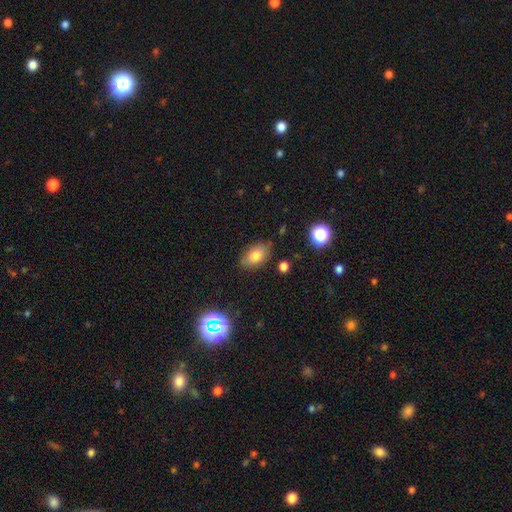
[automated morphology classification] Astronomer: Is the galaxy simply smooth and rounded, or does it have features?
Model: smooth — 78%.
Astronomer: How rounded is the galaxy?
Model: in between — 88%.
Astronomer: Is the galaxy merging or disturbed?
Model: none — 80%.